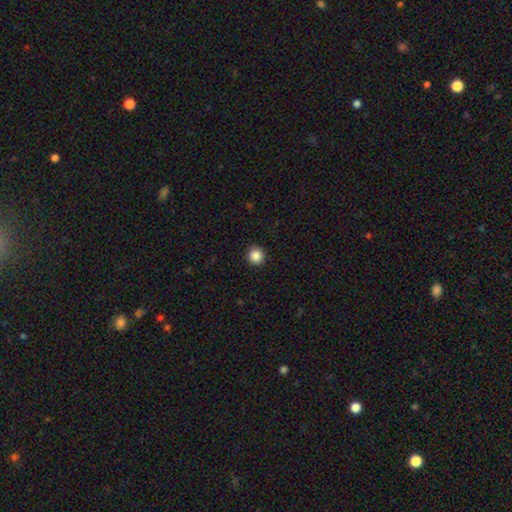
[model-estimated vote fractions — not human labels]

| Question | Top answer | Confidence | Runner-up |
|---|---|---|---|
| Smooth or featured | smooth | 87% | star or artifact (10%) |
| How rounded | round | 95% | in between (4%) |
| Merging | none | 93% | minor disturbance (4%) |